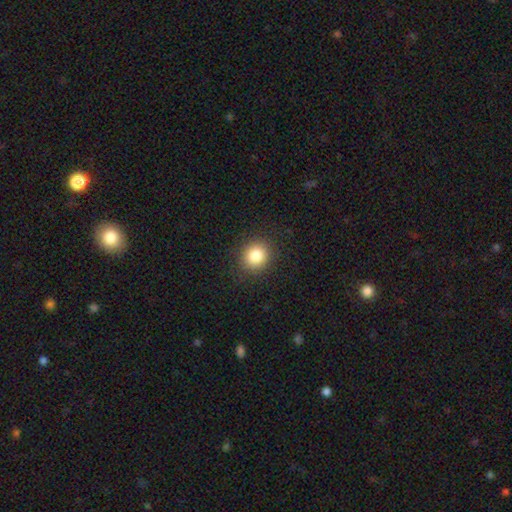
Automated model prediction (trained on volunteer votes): Smooth or featured: smooth — 83% (star or artifact — 11%)
How rounded: round — 80% (in between — 19%)
Merging: none — 89% (minor disturbance — 7%)